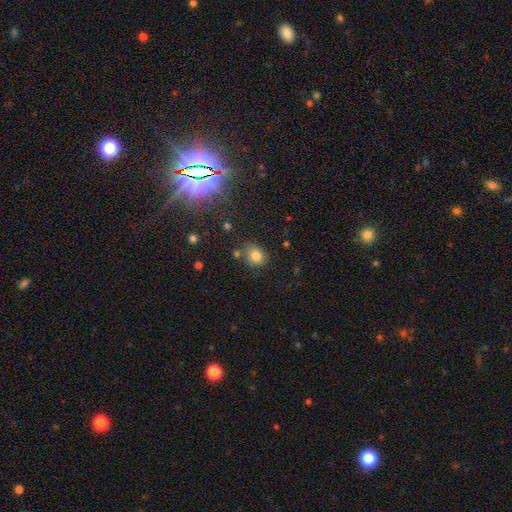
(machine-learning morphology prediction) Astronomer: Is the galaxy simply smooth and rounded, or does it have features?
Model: smooth — 78%.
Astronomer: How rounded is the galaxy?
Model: round — 66%.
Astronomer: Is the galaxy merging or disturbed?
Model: none — 76%.